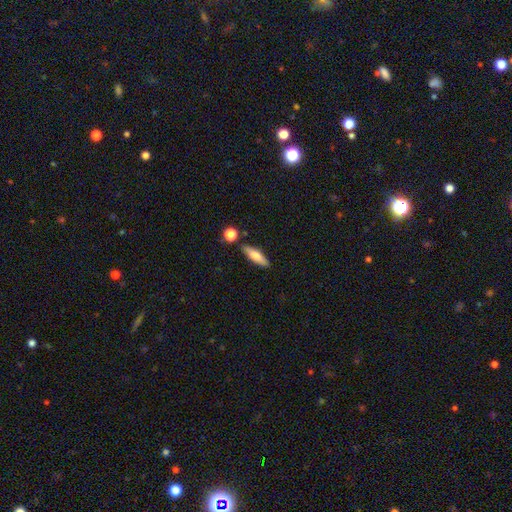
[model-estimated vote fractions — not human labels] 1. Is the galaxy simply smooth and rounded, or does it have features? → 69% smooth, 24% featured or disk, 7% star or artifact.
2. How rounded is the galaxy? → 60% cigar-shaped, 37% in between, 3% round.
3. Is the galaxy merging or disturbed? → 82% none, 10% minor disturbance, 6% merger, 2% major disturbance.